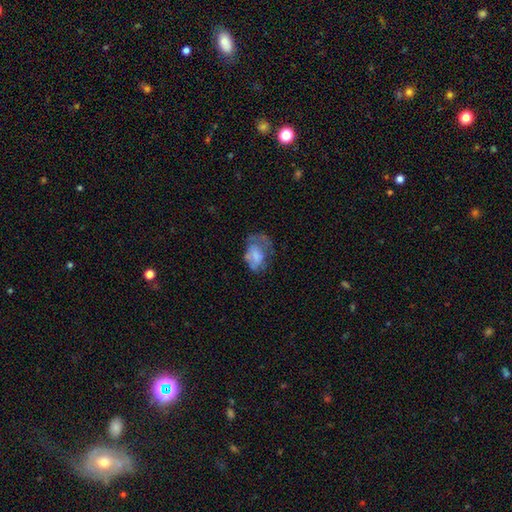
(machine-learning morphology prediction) Smooth or featured? smooth (58%)
How rounded? in between (79%)
Merging? major disturbance (36%)